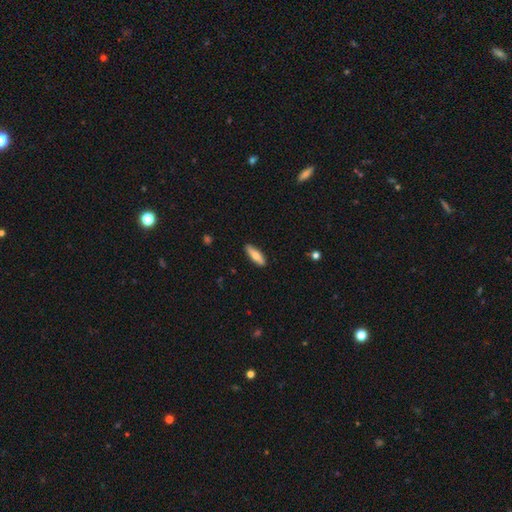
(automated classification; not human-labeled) Smooth or featured? smooth (74%)
How rounded? cigar-shaped (60%)
Merging? none (88%)